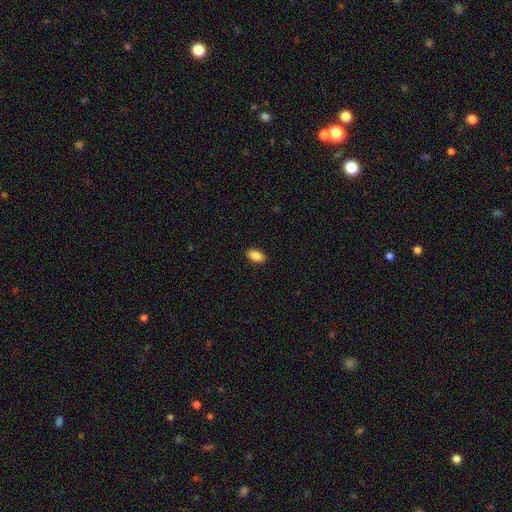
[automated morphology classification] A smooth galaxy with no disk features (88%) that is in between round and cigar-shaped (92%).

Vote fractions:
- Smooth or featured? smooth: 88% / star or artifact: 8% / featured or disk: 4%
- How rounded? in between: 92% / round: 5% / cigar-shaped: 3%
- Merging? none: 89% / minor disturbance: 8% / major disturbance: 2% / merger: 1%